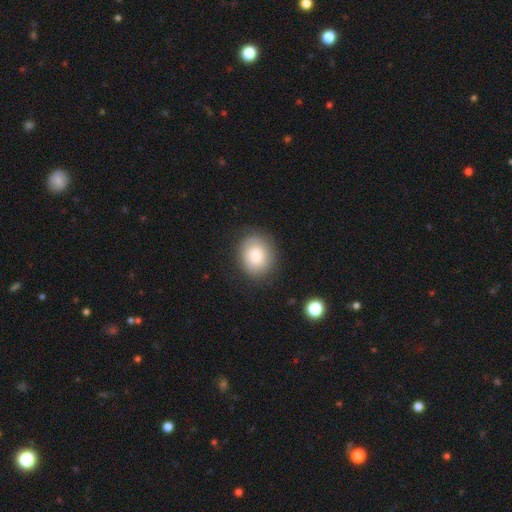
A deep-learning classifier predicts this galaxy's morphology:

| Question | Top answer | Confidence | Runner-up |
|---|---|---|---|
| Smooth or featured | smooth | 80% | featured or disk (13%) |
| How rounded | round | 64% | in between (35%) |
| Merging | none | 82% | minor disturbance (13%) |